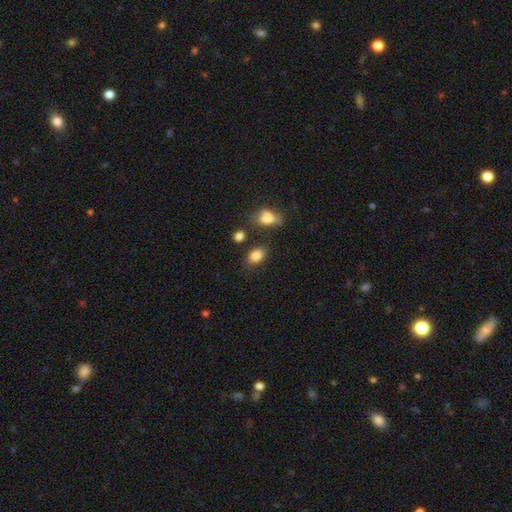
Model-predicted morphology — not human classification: Q: Smooth or featured?
A: smooth (84%); runner-up: star or artifact (10%)
Q: How rounded?
A: in between (75%); runner-up: round (23%)
Q: Merging?
A: none (75%); runner-up: minor disturbance (14%)